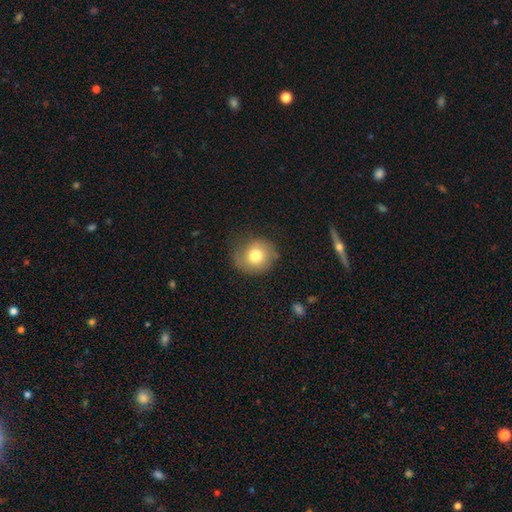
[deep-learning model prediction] smooth 72%, featured or disk 19%, star or artifact 9%. Down the decision tree: how rounded — round (83%); merging — none (68%).